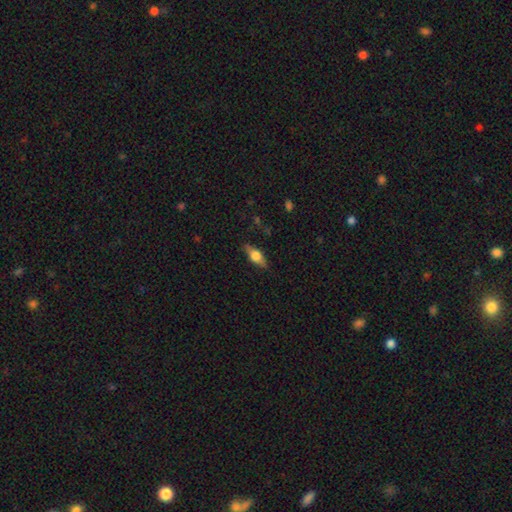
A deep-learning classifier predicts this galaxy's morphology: Smooth or featured? smooth (48%)
Merging? none (82%)